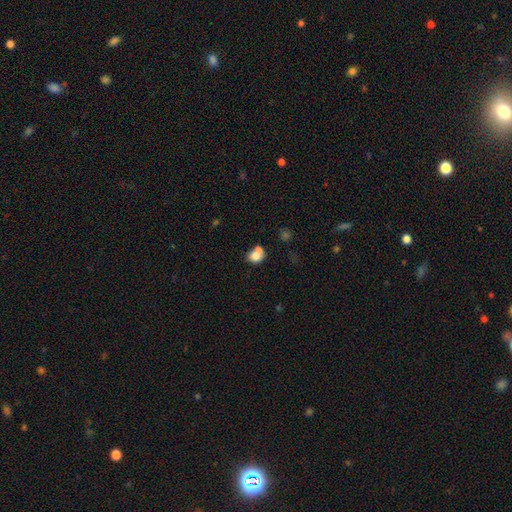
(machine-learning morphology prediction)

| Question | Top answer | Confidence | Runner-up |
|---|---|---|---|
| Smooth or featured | smooth | 74% | featured or disk (15%) |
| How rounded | round | 57% | in between (42%) |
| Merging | merger | 49% | none (33%) |